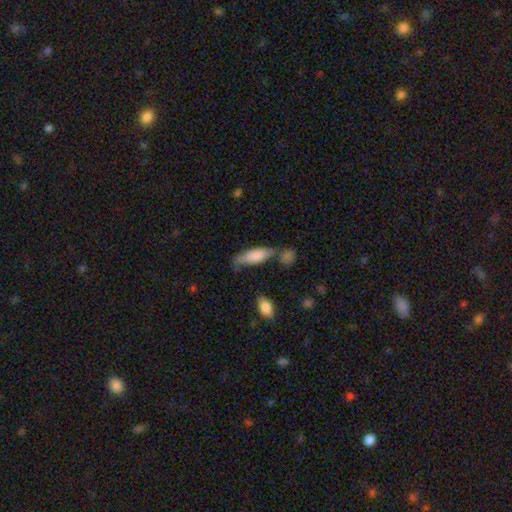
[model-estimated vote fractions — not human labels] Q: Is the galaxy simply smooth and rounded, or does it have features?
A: smooth — 76%.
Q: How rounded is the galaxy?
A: in between — 60%.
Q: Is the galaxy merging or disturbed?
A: none — 44%.